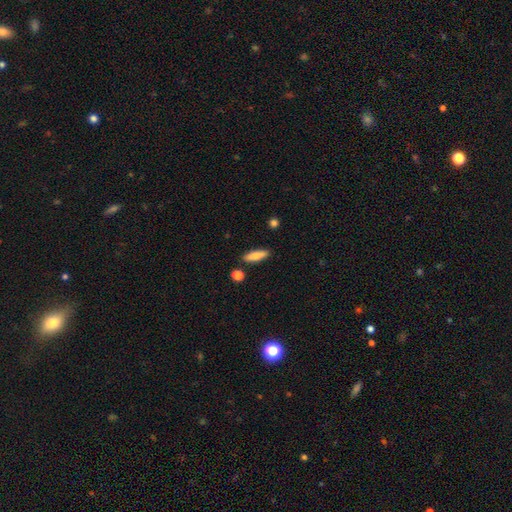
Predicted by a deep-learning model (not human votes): Overall: smooth (78%). How rounded: cigar-shaped (59%; in between 38%). Merging: none (87%).